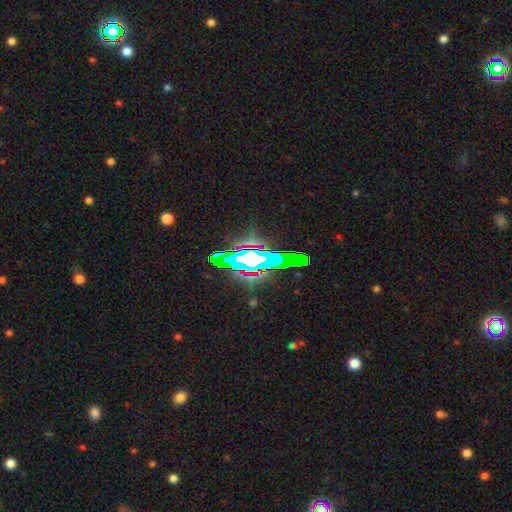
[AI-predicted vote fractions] Smooth or featured? star or artifact (52%)